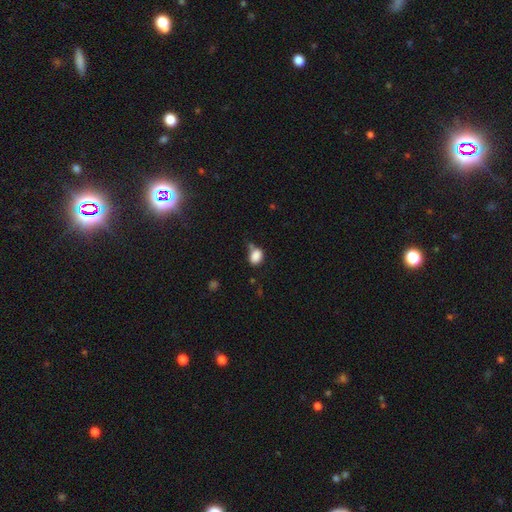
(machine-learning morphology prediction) smooth-or-featured: smooth: 85% | star or artifact: 10% | featured or disk: 5%
  how-rounded: in between: 66% | round: 33% | cigar-shaped: 1%
  merging: none: 50% | minor disturbance: 26% | merger: 15% | major disturbance: 9%